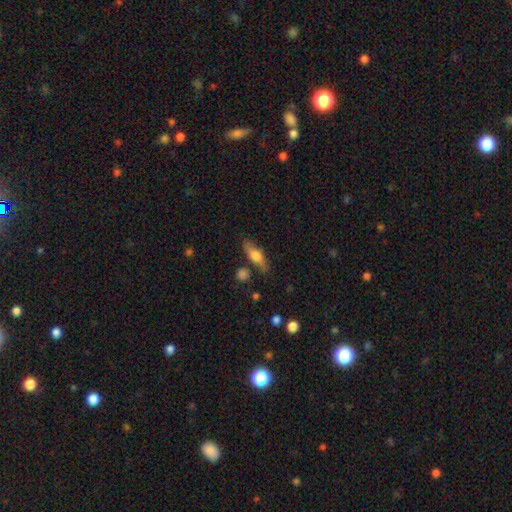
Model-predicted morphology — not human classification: This is possibly a smooth galaxy (58%). How rounded: possibly in between (51%). Merging: likely none (74%).